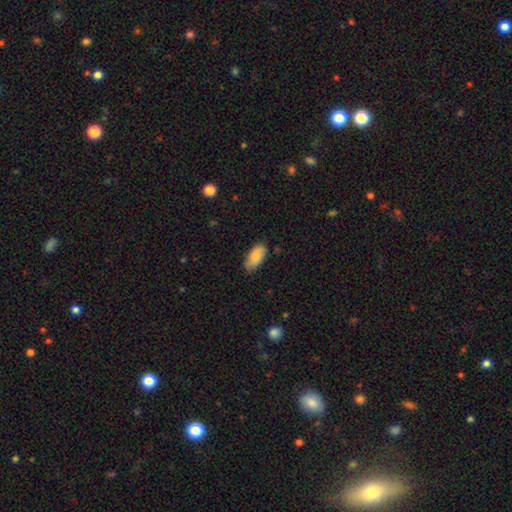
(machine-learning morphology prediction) This is clearly a smooth galaxy (81%). How rounded: clearly in between (92%). Merging: likely none (74%).